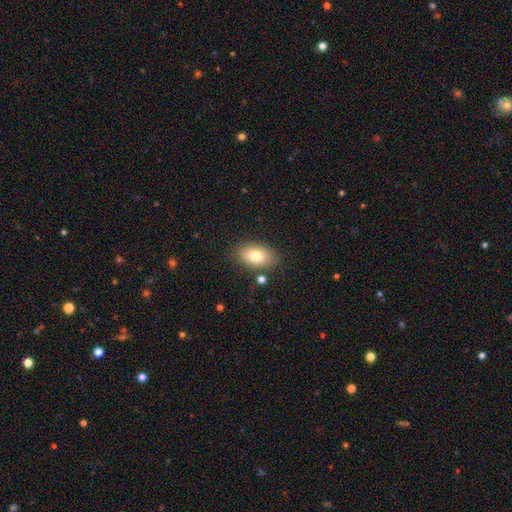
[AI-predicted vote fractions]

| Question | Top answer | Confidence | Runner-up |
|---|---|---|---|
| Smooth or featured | smooth | 77% | featured or disk (15%) |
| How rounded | in between | 89% | round (9%) |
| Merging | none | 82% | minor disturbance (11%) |